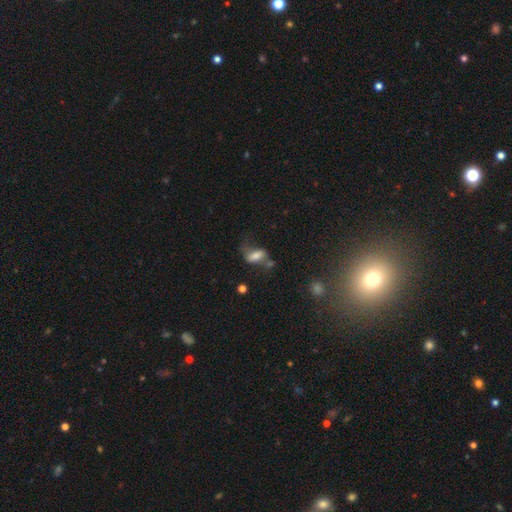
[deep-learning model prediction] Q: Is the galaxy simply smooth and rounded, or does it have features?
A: smooth — 56%.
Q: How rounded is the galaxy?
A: in between — 82%.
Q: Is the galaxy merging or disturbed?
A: none — 37%.